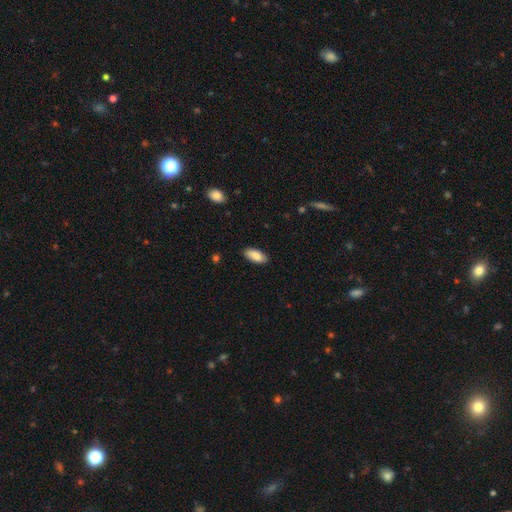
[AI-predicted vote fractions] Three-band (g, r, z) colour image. It shows a smooth galaxy with no disk features (85%) that is in between round and cigar-shaped (89%). Merging: none (87%).